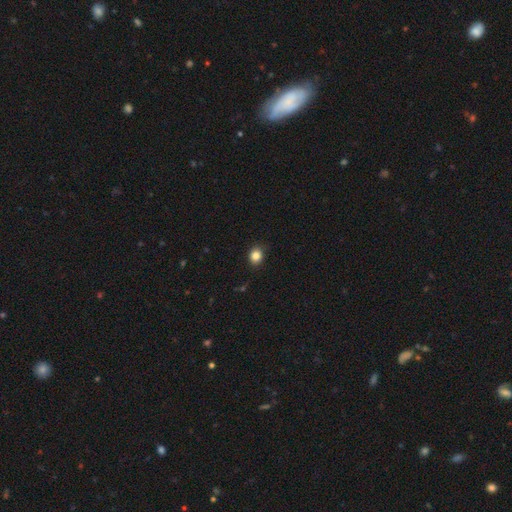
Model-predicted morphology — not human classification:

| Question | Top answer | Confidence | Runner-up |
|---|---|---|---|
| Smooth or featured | smooth | 84% | star or artifact (11%) |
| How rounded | round | 69% | in between (30%) |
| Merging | none | 86% | minor disturbance (11%) |